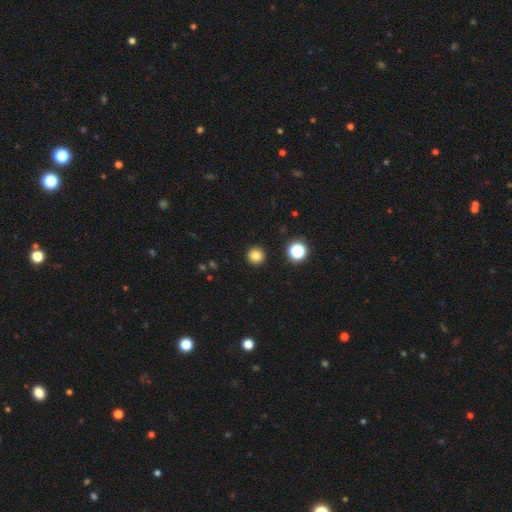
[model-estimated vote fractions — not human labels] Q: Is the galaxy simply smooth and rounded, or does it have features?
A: smooth — 83%.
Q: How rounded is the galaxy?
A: round — 95%.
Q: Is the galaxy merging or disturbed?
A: none — 93%.